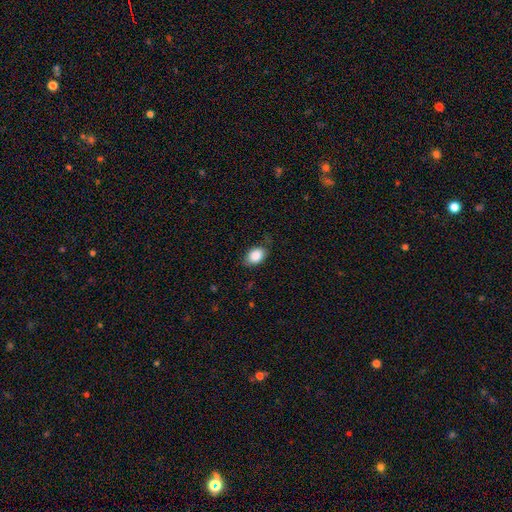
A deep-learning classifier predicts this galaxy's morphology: smooth-or-featured: smooth: 86% | star or artifact: 7% | featured or disk: 6%
  how-rounded: in between: 81% | round: 18% | cigar-shaped: 1%
  merging: none: 73% | minor disturbance: 21% | major disturbance: 5% | merger: 1%